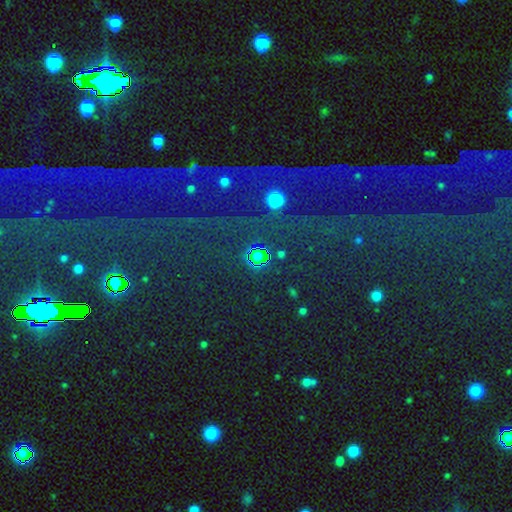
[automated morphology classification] Overall: star or artifact (76%).